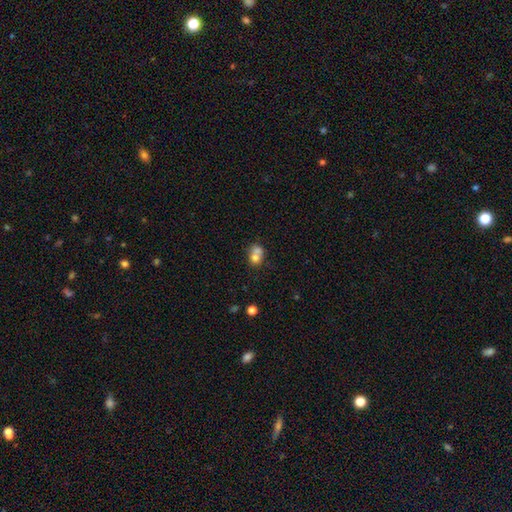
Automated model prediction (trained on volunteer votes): smooth_or_featured: smooth (p=0.70) [alt: featured or disk p=0.20]
how_rounded: round (p=0.68) [alt: in between p=0.31]
merging: merger (p=0.62) [alt: none p=0.27]